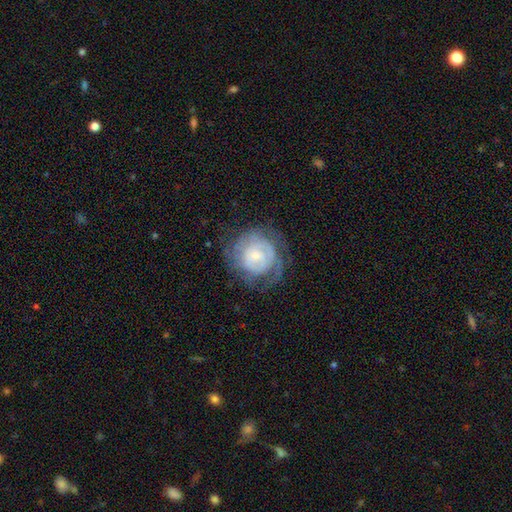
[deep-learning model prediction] This appears to be a featured or disk galaxy (65%) with no bar (70%), spiral arms (77%) and a small central bulge (64%). Merging: none (62%).